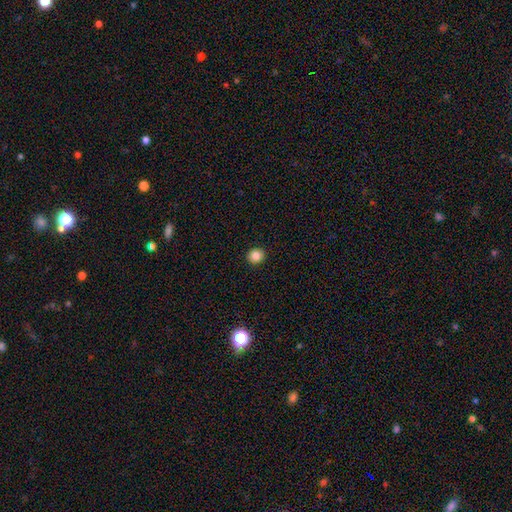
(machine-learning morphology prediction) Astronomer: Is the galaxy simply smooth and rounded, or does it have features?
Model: smooth — 85%.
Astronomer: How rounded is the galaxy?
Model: round — 91%.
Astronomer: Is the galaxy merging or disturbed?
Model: none — 93%.